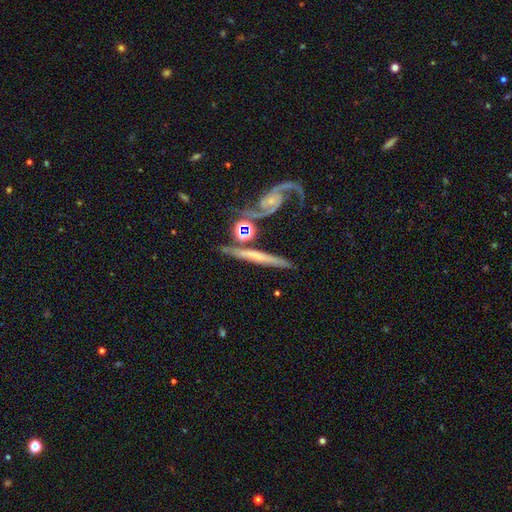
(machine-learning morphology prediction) featured or disk 64%, smooth 28%, star or artifact 9%. Down the decision tree: edge-on disk — yes (70%); merging — none (65%).